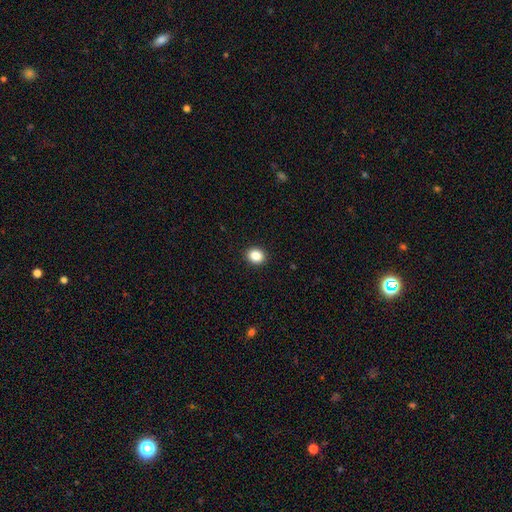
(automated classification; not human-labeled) Overall: smooth (87%). How rounded: round (69%; in between 30%). Merging: none (92%).